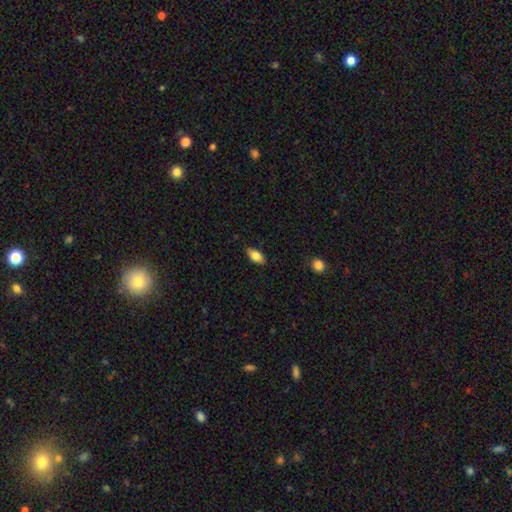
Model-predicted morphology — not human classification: Overall: smooth (81%). How rounded: in between (90%). Merging: none (87%).